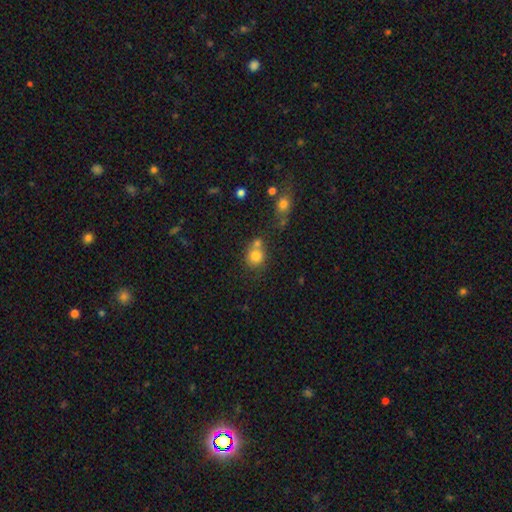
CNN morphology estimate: Smooth or featured?
  - smooth: 78% *
  - star or artifact: 11%
  - featured or disk: 11%
How rounded?
  - round: 78% *
  - in between: 21%
  - cigar-shaped: 1%
Merging?
  - none: 44% *
  - merger: 40%
  - minor disturbance: 11%
  - major disturbance: 5%